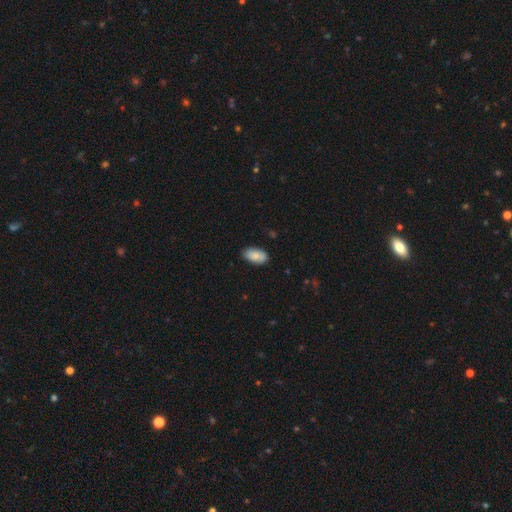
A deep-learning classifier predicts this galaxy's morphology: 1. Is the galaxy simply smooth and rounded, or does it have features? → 81% smooth, 13% featured or disk, 7% star or artifact.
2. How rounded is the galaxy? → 94% in between, 4% round, 2% cigar-shaped.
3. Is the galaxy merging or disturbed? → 83% none, 13% minor disturbance, 2% major disturbance, 1% merger.